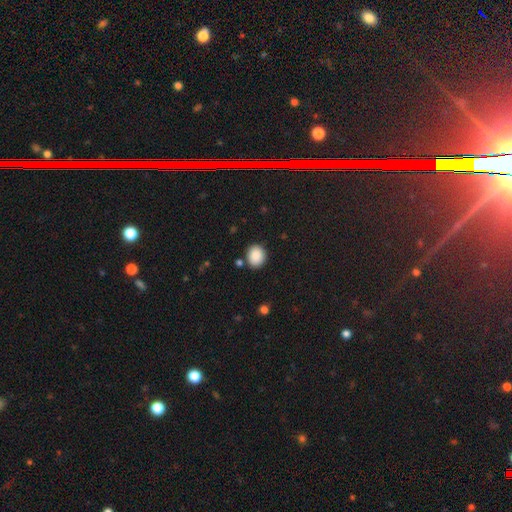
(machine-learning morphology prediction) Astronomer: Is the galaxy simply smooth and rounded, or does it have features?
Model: smooth — 88%.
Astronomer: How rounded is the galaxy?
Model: round — 61% (runner-up: in between, 38%).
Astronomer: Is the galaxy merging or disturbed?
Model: none — 84%.